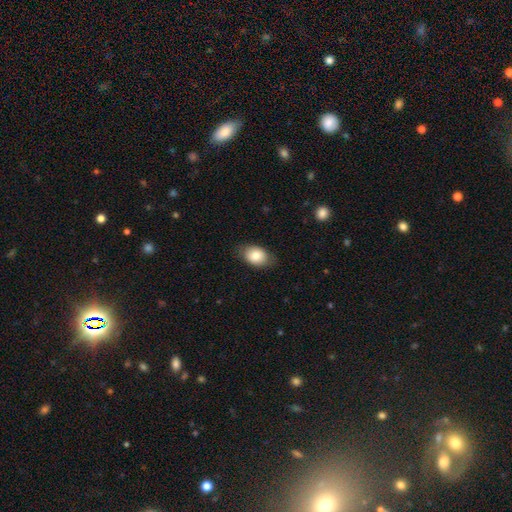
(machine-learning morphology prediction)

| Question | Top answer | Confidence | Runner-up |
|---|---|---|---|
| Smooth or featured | smooth | 81% | featured or disk (12%) |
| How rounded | in between | 81% | round (18%) |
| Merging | none | 79% | minor disturbance (16%) |